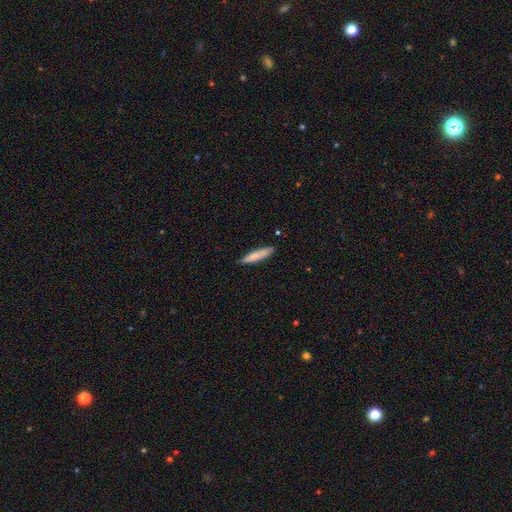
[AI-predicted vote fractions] Overall: smooth (74%). How rounded: cigar-shaped (85%). Merging: none (85%).